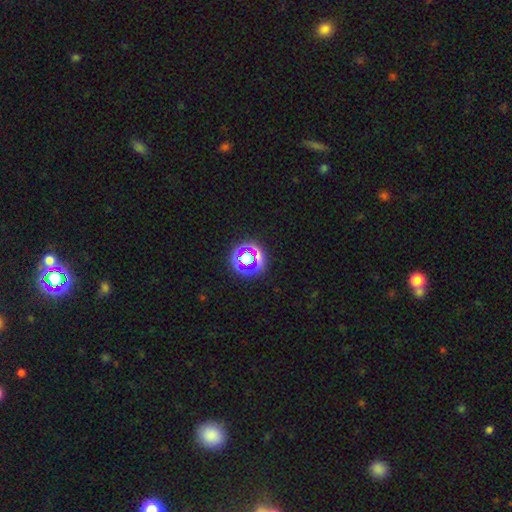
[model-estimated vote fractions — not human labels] This appears to be a star or artifact, not a galaxy (60%).